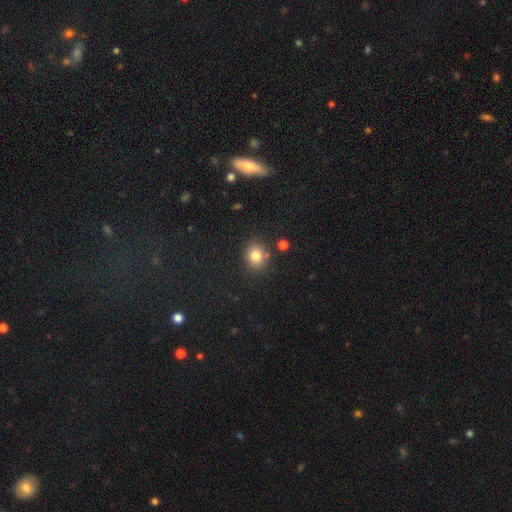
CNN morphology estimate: This is clearly a smooth galaxy (80%). How rounded: likely round (68%). Merging: clearly none (80%).